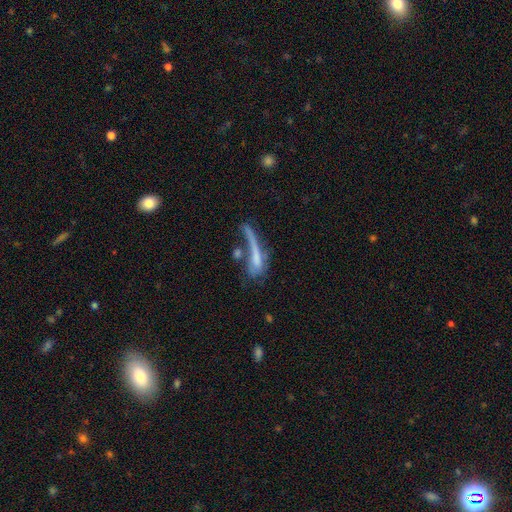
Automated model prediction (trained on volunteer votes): smooth_or_featured: smooth (p=0.49) [alt: featured or disk p=0.39]
merging: merger (p=0.32) [alt: none p=0.28]